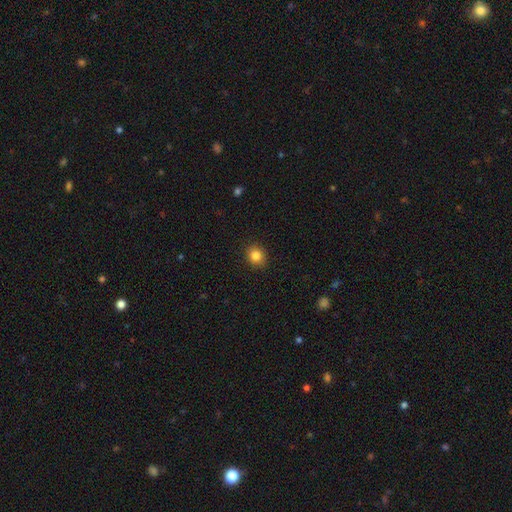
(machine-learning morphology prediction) This is clearly a smooth galaxy (84%). How rounded: likely round (75%). Merging: clearly none (90%).